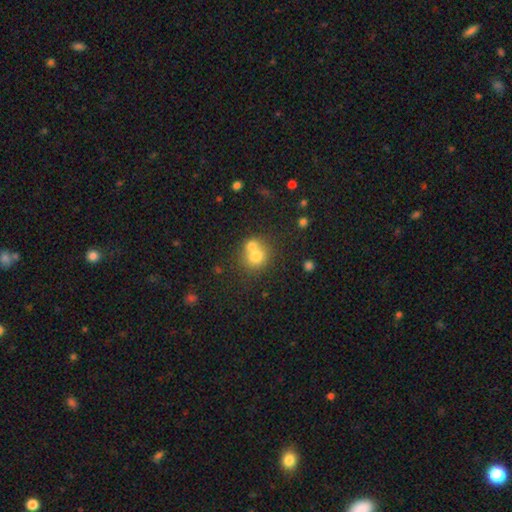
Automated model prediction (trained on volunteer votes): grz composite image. It shows a smooth galaxy with no disk features (73%) that is round (80%). Merging: merger (55%).